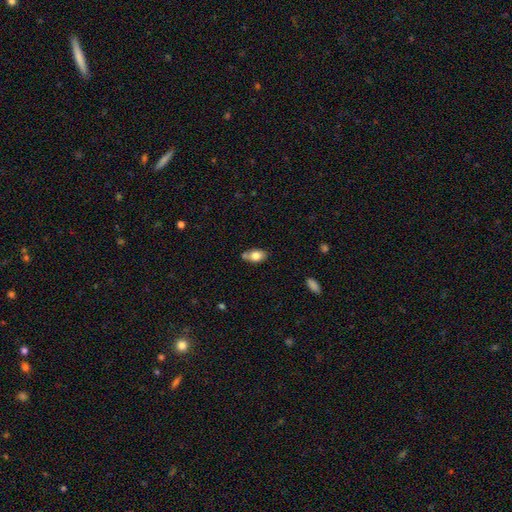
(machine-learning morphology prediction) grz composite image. It shows a smooth galaxy with no disk features (77%) that is in between round and cigar-shaped (88%). Merging: none (59%).